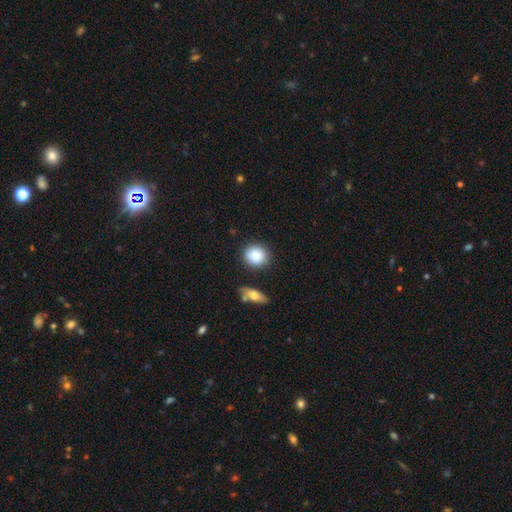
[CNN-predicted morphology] type=smooth (83%); roundness=round (80%); merging=none (83%).